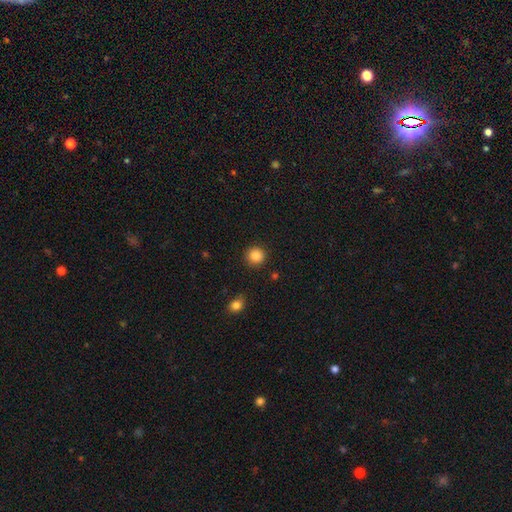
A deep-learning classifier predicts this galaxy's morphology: smooth 85%, star or artifact 10%, featured or disk 5%. Down the decision tree: how rounded — round (93%); merging — none (91%).